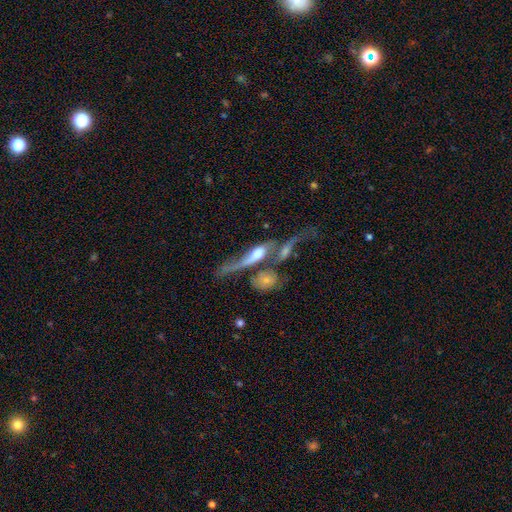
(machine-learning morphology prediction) smooth-or-featured: featured or disk: 71% | smooth: 20% | star or artifact: 9%
  disk-edge-on: yes: 52% | no: 48%
  merging: merger: 52% | none: 20% | major disturbance: 17% | minor disturbance: 11%